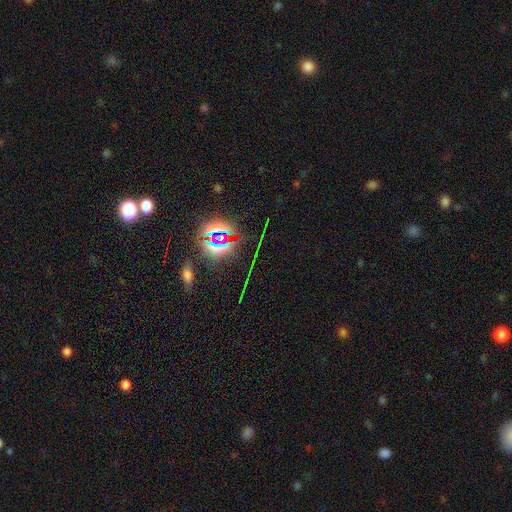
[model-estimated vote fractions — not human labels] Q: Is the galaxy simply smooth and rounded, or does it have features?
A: star or artifact — 80%.